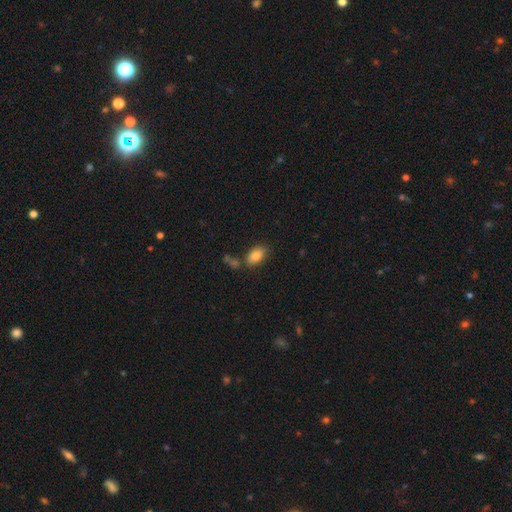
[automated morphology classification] Overall: smooth (83%). How rounded: in between (90%). Merging: none (72%).